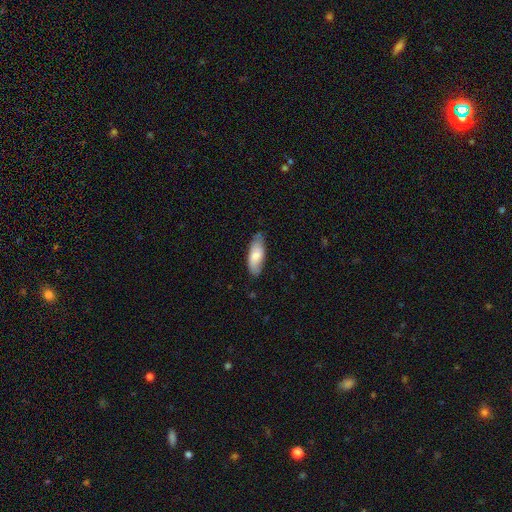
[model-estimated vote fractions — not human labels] Smooth or featured? smooth (76%)
How rounded? in between (73%)
Merging? none (73%)